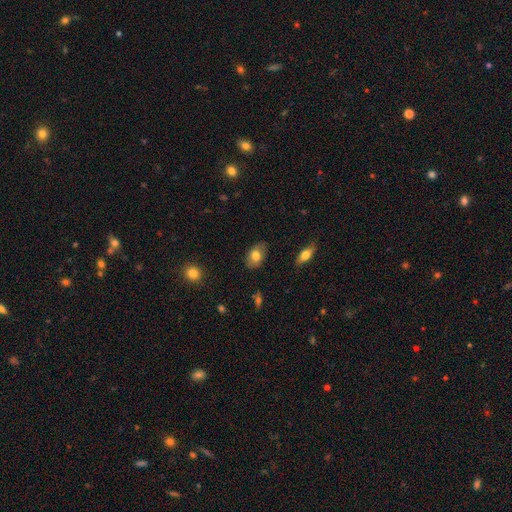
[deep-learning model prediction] smooth-or-featured: smooth: 73% | featured or disk: 20% | star or artifact: 7%
  how-rounded: in between: 88% | round: 11% | cigar-shaped: 2%
  merging: none: 79% | minor disturbance: 16% | major disturbance: 3% | merger: 1%